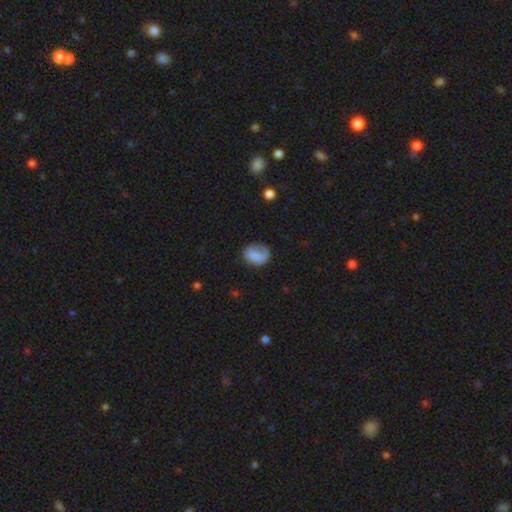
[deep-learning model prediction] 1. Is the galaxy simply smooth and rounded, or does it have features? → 66% smooth, 26% featured or disk, 8% star or artifact.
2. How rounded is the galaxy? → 62% round, 36% in between, 1% cigar-shaped.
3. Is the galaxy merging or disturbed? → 54% none, 25% minor disturbance, 19% major disturbance, 2% merger.